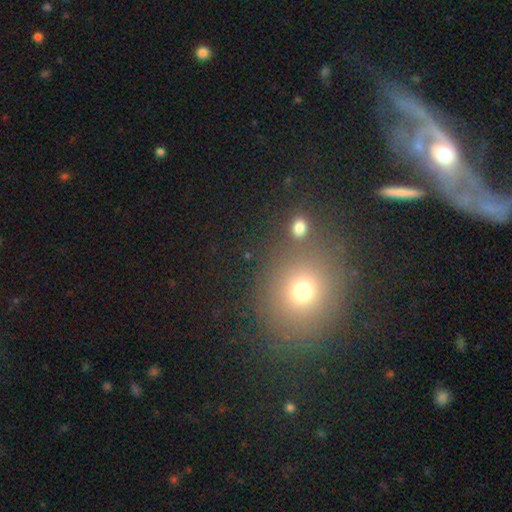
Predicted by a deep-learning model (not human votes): Morphology: type=smooth (53%); roundness=round (70%); merging=none (77%).